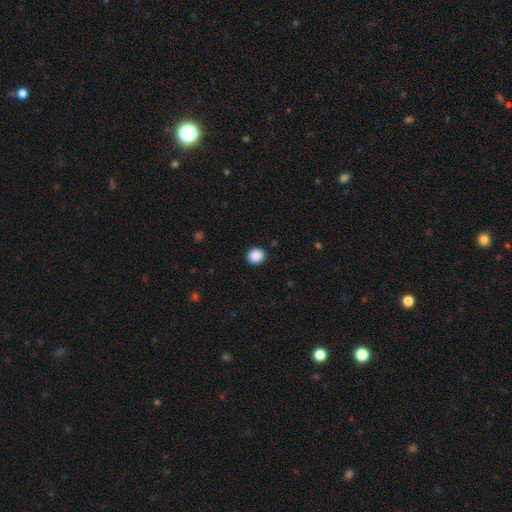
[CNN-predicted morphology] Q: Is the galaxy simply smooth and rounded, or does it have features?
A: smooth — 89%.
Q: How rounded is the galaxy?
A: round — 82%.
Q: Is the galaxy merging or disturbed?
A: none — 92%.